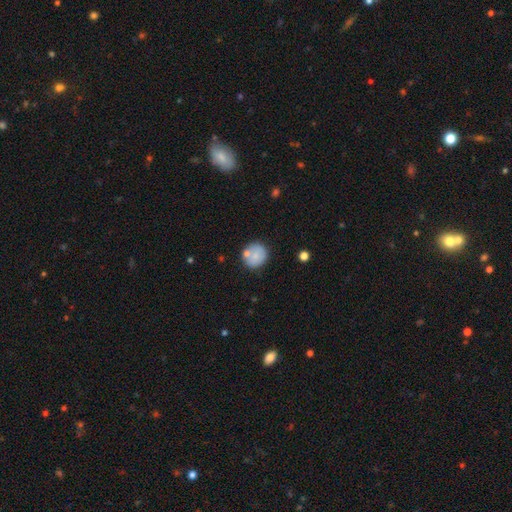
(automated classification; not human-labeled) Smooth or featured? smooth (78%)
How rounded? round (88%)
Merging? none (72%)